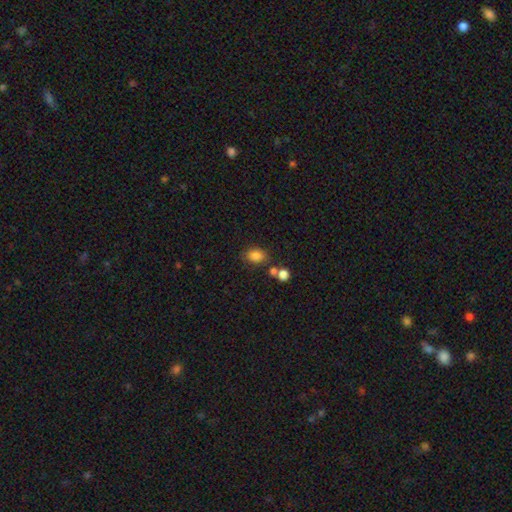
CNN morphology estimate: The model was most divided on "how rounded": in between: 72%, round: 27%, cigar-shaped: 1%. More confident: smooth or featured — smooth (83%); merging — none (68%).